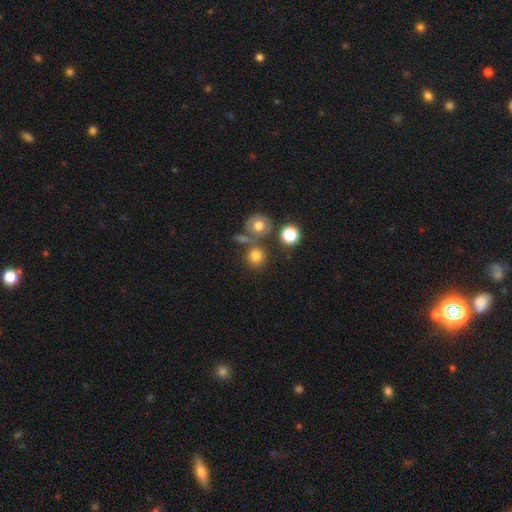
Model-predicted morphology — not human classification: smooth_or_featured: smooth (p=0.77) [alt: star or artifact p=0.13]
how_rounded: round (p=0.87) [alt: in between p=0.12]
merging: none (p=0.64) [alt: merger p=0.21]